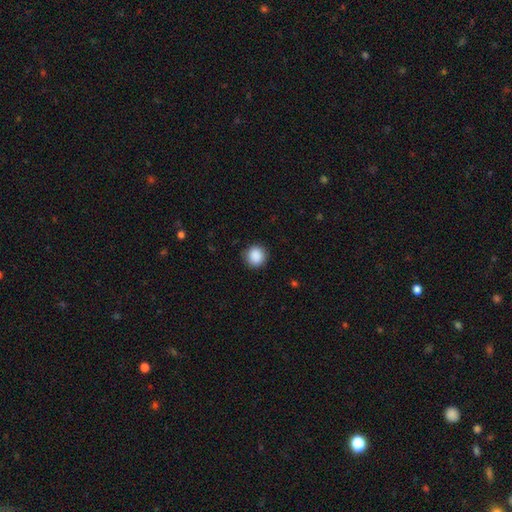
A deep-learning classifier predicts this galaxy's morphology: Overall: smooth (89%). How rounded: round (92%). Merging: none (89%).